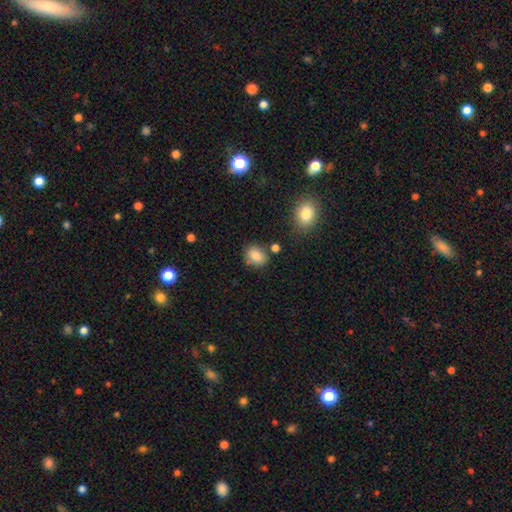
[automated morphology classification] Q: Smooth or featured?
A: smooth (85%); runner-up: star or artifact (9%)
Q: How rounded?
A: in between (53%); runner-up: round (46%)
Q: Merging?
A: none (75%); runner-up: minor disturbance (15%)